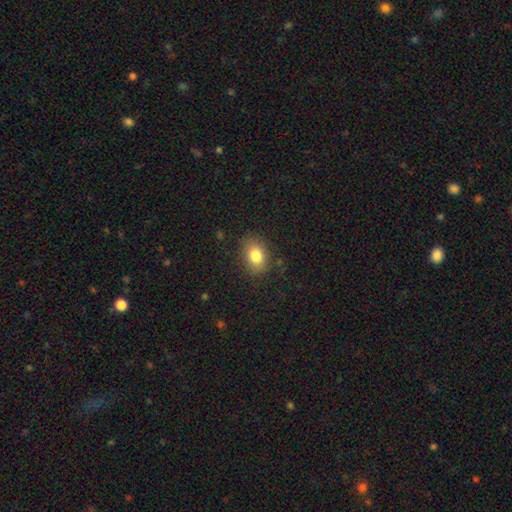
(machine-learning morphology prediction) Overall: smooth (82%). How rounded: in between (71%). Merging: none (83%).